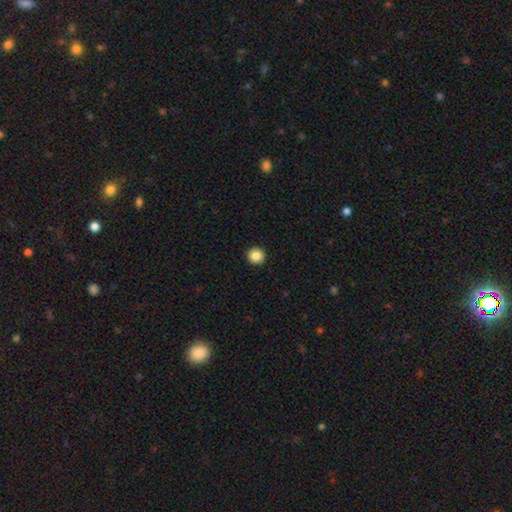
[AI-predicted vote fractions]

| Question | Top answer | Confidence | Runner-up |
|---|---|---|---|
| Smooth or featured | smooth | 87% | star or artifact (9%) |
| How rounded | round | 95% | in between (4%) |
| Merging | none | 94% | minor disturbance (4%) |